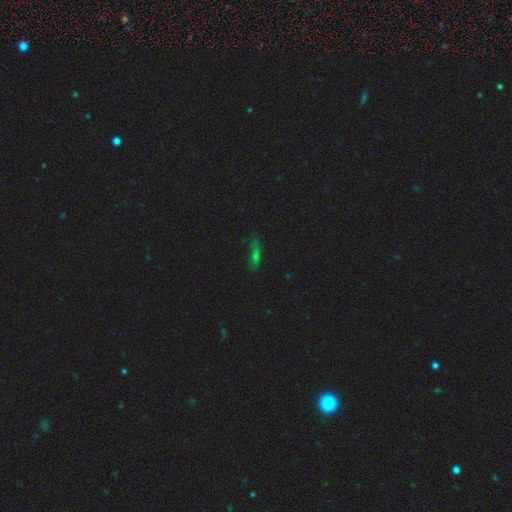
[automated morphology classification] This appears to be a smooth galaxy with no disk features (44%). Merging: none (72%).